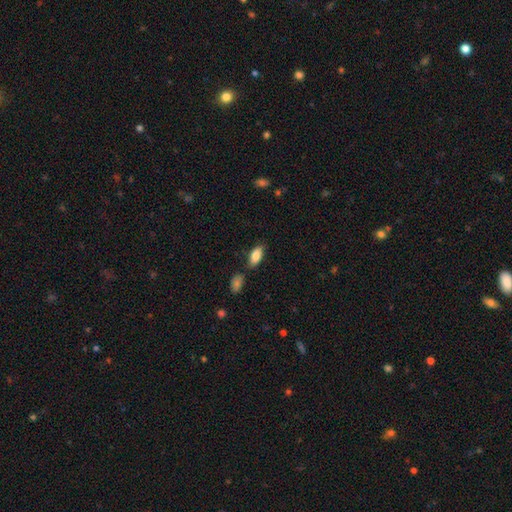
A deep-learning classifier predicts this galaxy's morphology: type=smooth (82%); roundness=in between (87%); merging=none (76%).